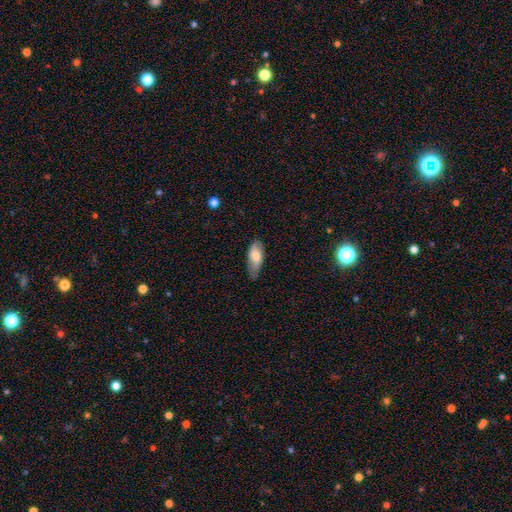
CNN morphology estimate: smooth_or_featured: smooth (p=0.72) [alt: featured or disk p=0.22]
how_rounded: in between (p=0.82) [alt: cigar-shaped p=0.15]
merging: none (p=0.61) [alt: minor disturbance p=0.32]